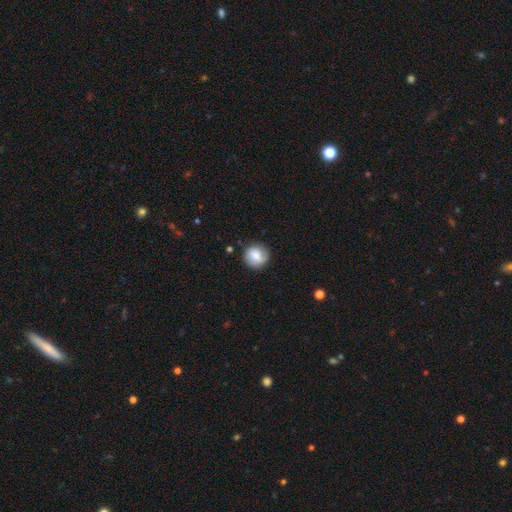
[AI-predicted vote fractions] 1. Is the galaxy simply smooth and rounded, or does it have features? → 76% smooth, 16% featured or disk, 8% star or artifact.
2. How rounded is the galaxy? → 91% round, 8% in between, 1% cigar-shaped.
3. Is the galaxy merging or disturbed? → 83% none, 12% minor disturbance, 3% major disturbance, 2% merger.